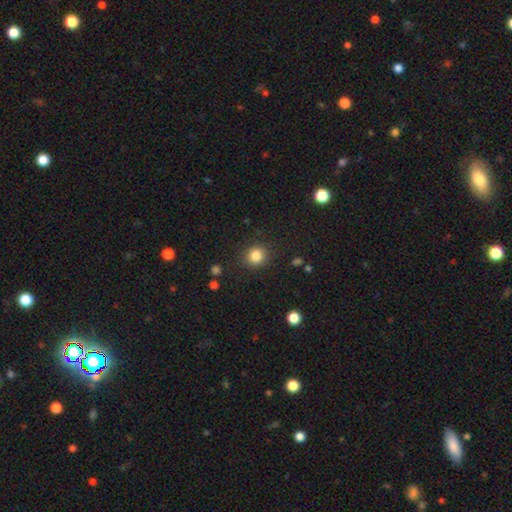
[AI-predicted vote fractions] Morphology: type=smooth (84%); roundness=round (90%); merging=none (89%).